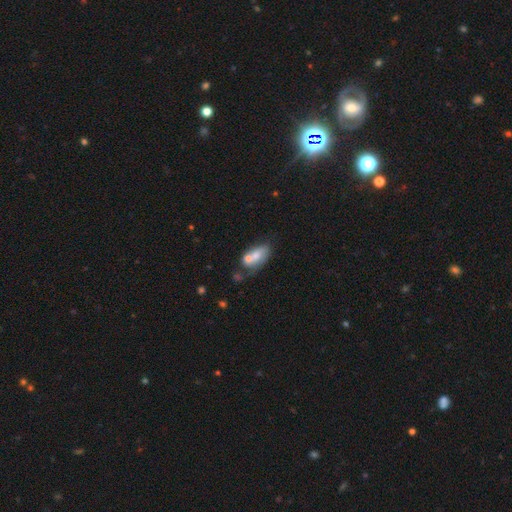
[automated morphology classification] The model was most divided on "merging": merger: 45%, none: 27%, minor disturbance: 17%, major disturbance: 11%. More confident: how rounded — in between (86%); smooth or featured — smooth (60%).